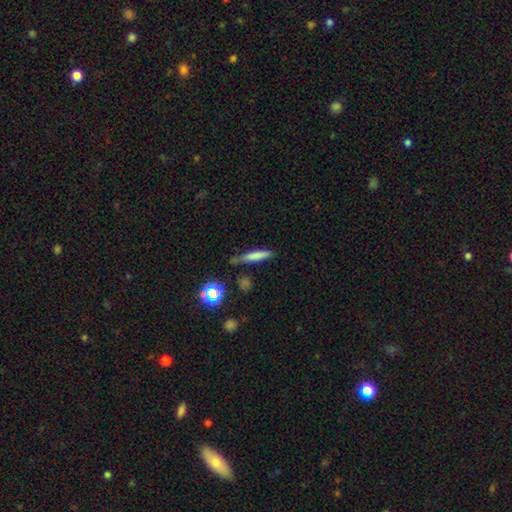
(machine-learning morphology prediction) A smooth galaxy with no disk features (72%) that is cigar-shaped (84%). Merging: none (64%).